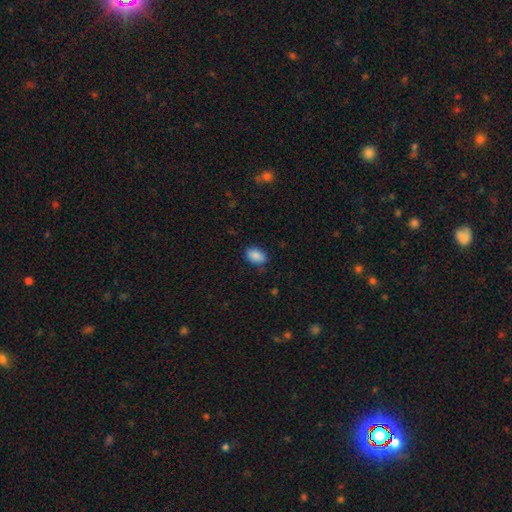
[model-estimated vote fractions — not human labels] A smooth galaxy with no disk features (88%) that is in between round and cigar-shaped (89%).

Vote fractions:
- Smooth or featured? smooth: 88% / star or artifact: 7% / featured or disk: 4%
- How rounded? in between: 89% / round: 10% / cigar-shaped: 1%
- Merging? none: 81% / minor disturbance: 15% / major disturbance: 3% / merger: 1%